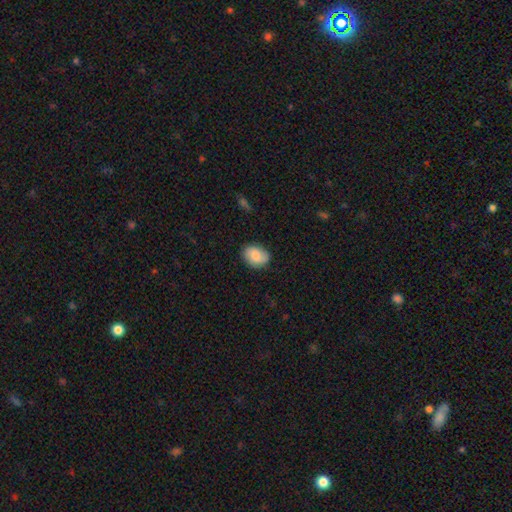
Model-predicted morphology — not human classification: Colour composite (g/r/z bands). It shows a smooth galaxy with no disk features (77%) that is in between round and cigar-shaped (65%). Merging: none (80%).